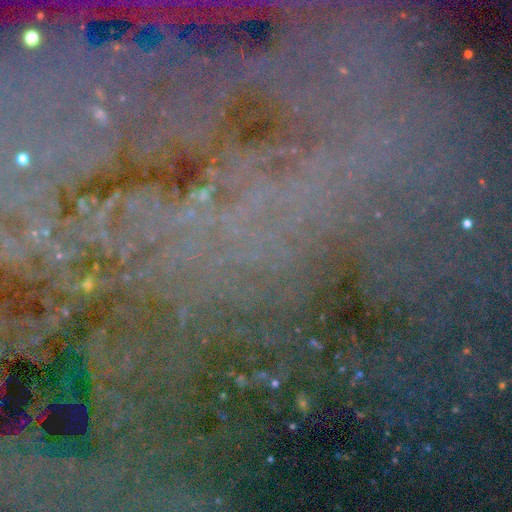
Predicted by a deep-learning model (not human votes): A star or artifact, not a galaxy (83%).

Vote fractions:
- Smooth or featured? star or artifact: 83% / featured or disk: 10% / smooth: 7%